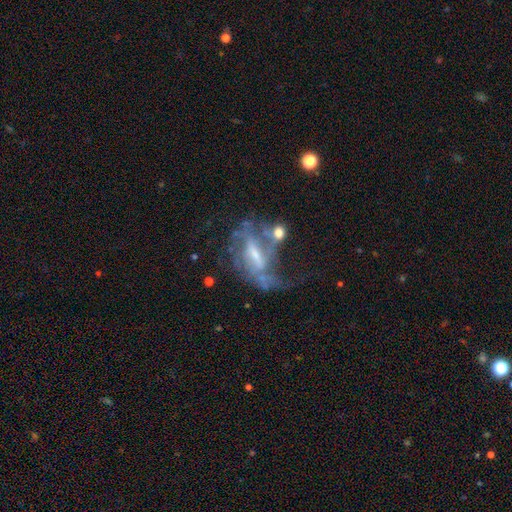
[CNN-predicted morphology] A featured or disk galaxy (75%) with a weak bar (41%), spiral arms (70%) and a small central bulge (45%).

Vote fractions:
- Smooth or featured? featured or disk: 75% / smooth: 14% / star or artifact: 11%
- Edge-on disk? no: 89% / yes: 11%
- Bar? weak: 41% / strong: 36% / no: 23%
- Spiral arms? yes: 70% / no: 30%
- Bulge size? small: 45% / moderate: 34% / none: 14% / large: 4% / dominant: 1%
- Merging? major disturbance: 37% / none: 30% / merger: 17% / minor disturbance: 17%